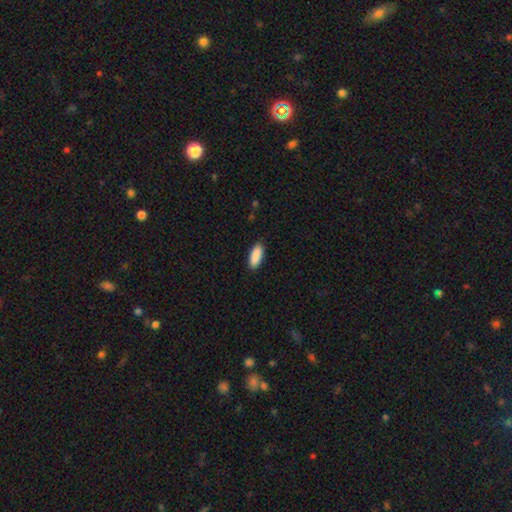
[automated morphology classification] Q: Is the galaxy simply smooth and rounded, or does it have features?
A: smooth — 90%.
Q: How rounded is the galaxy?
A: in between — 76%.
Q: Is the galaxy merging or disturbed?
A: none — 87%.